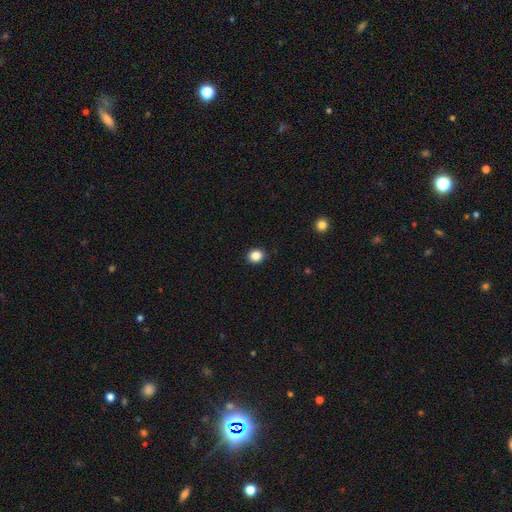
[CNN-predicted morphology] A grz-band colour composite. It shows a smooth galaxy with no disk features (86%) that is round (77%). Merging: none (92%).